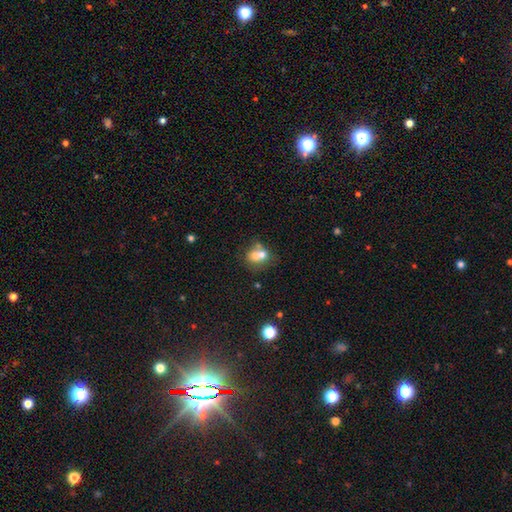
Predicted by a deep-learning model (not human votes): Overall: smooth (65%). How rounded: round (56%; in between 42%). Merging: merger (60%; none 28%).